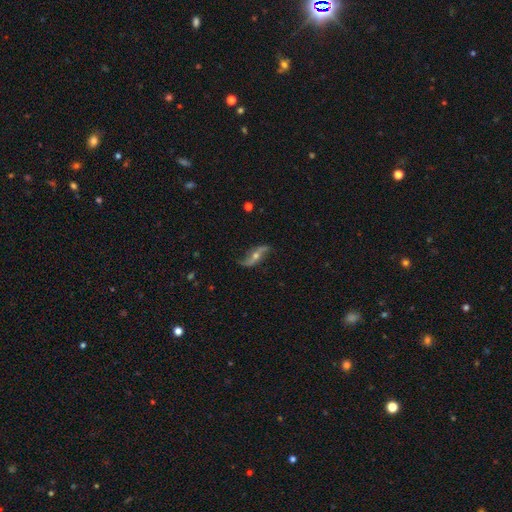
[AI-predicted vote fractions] Smooth or featured? Predicted: featured or disk (p=0.83). Edge-on disk? Predicted: no (p=0.82). Bar? Predicted: no (p=0.54). Spiral arms? Predicted: yes (p=0.93). Spiral winding? Predicted: loose (p=0.87). Spiral arm count? Predicted: 2 (p=0.93). Bulge size? Predicted: moderate (p=0.55). Merging? Predicted: none (p=0.76).